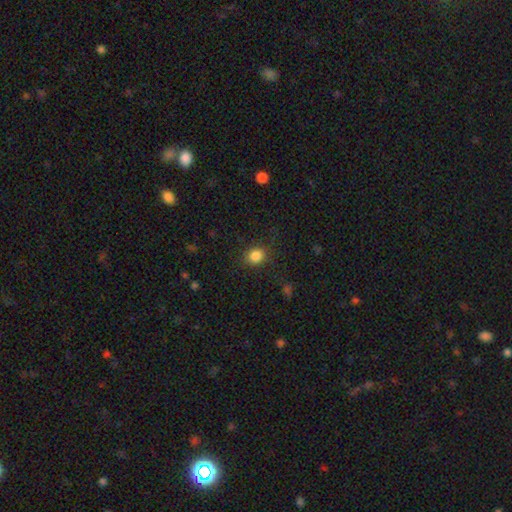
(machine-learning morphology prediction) This appears to be a smooth galaxy with no disk features (85%) that is round (71%). Merging: none (84%).